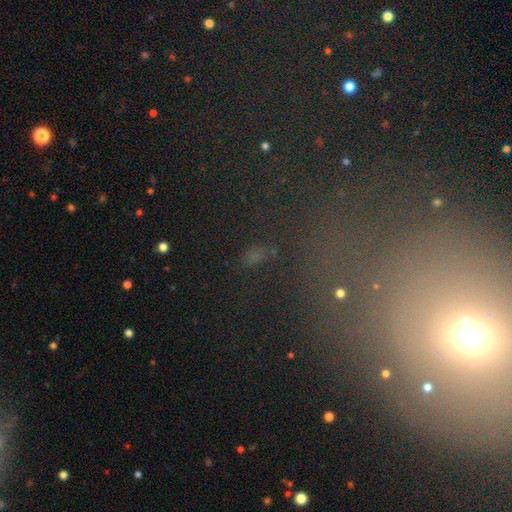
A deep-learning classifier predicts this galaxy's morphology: This appears to be a star or artifact, not a galaxy (49%).